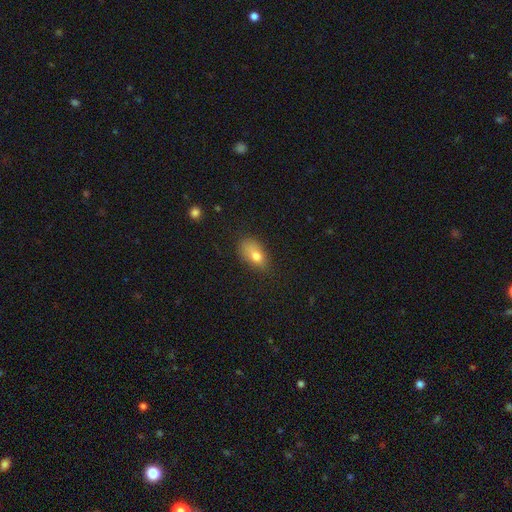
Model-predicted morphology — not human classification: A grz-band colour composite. It shows a smooth galaxy with no disk features (75%) that is in between round and cigar-shaped (84%). Merging: none (55%).